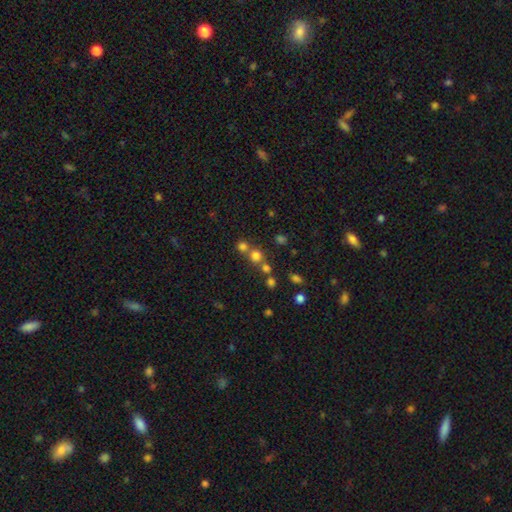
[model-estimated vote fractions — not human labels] smooth-or-featured: smooth: 69% | star or artifact: 22% | featured or disk: 9%
  how-rounded: round: 89% | in between: 10% | cigar-shaped: 1%
  merging: none: 57% | merger: 33% | minor disturbance: 6% | major disturbance: 3%